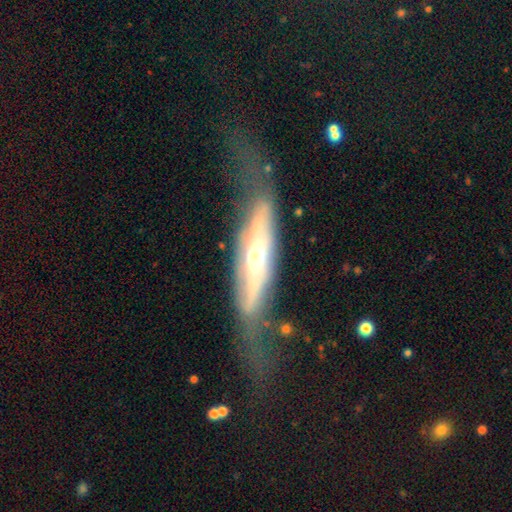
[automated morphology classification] Smooth or featured? Predicted: featured or disk (p=0.68). Edge-on disk? Predicted: yes (p=0.50, tied with no). Merging? Predicted: none (p=0.43).